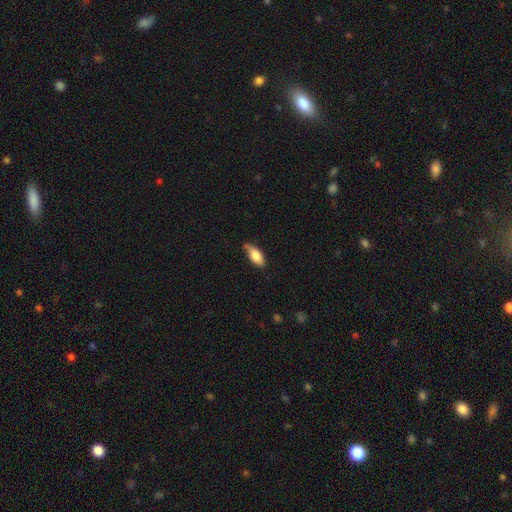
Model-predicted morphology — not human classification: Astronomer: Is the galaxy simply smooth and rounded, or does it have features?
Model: smooth — 79%.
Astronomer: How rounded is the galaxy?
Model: in between — 86%.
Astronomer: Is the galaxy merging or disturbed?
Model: none — 65%.